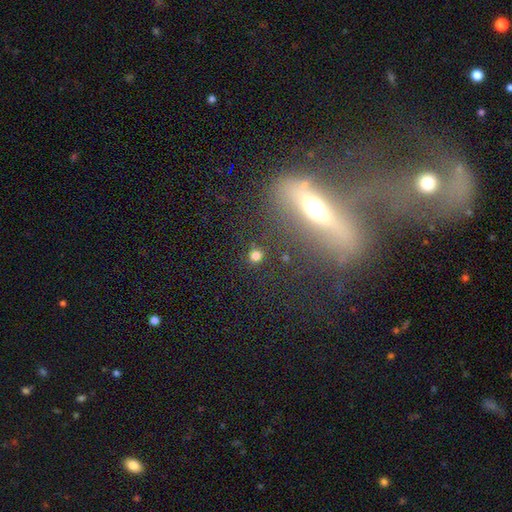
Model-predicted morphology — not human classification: This is likely a smooth galaxy (77%). How rounded: clearly round (90%). Merging: clearly none (87%).